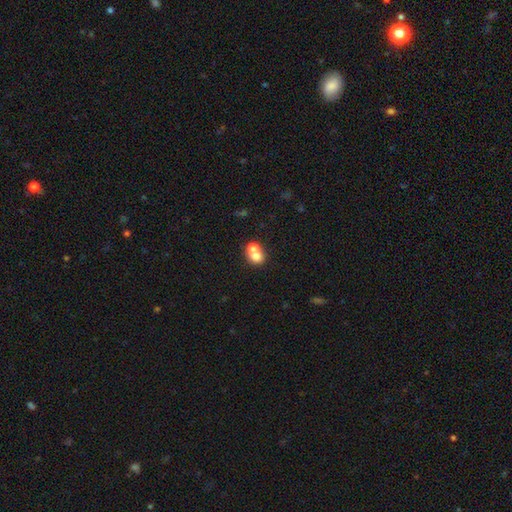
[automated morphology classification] Q: Smooth or featured?
A: smooth (71%); runner-up: featured or disk (17%)
Q: How rounded?
A: round (70%); runner-up: in between (29%)
Q: Merging?
A: merger (59%); runner-up: none (32%)